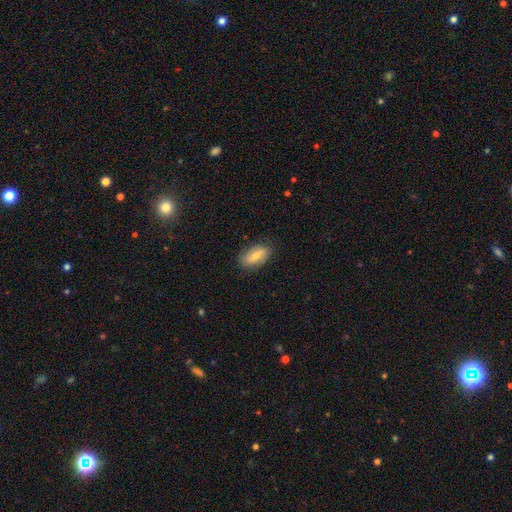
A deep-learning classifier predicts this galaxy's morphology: The model was most divided on "smooth or featured": smooth: 64%, featured or disk: 30%, star or artifact: 7%. More confident: how rounded — in between (90%); merging — none (81%).